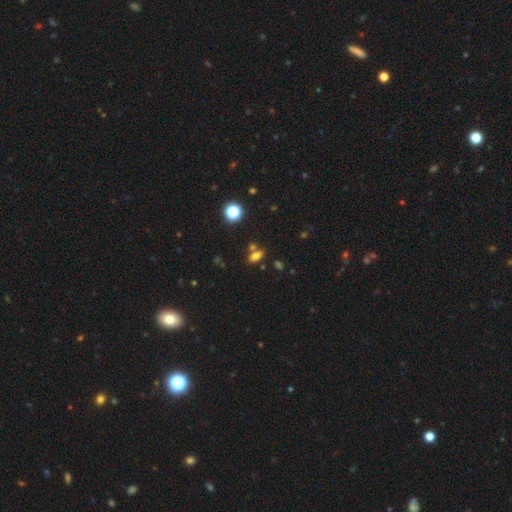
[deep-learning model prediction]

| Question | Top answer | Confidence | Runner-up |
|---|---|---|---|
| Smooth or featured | smooth | 72% | star or artifact (16%) |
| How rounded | in between | 79% | round (11%) |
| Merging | none | 67% | merger (18%) |